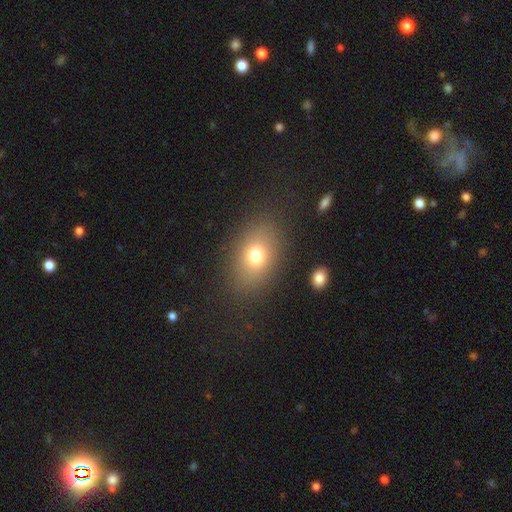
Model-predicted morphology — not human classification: Q: Smooth or featured?
A: smooth (74%); runner-up: star or artifact (14%)
Q: How rounded?
A: in between (71%); runner-up: round (28%)
Q: Merging?
A: none (83%); runner-up: minor disturbance (9%)